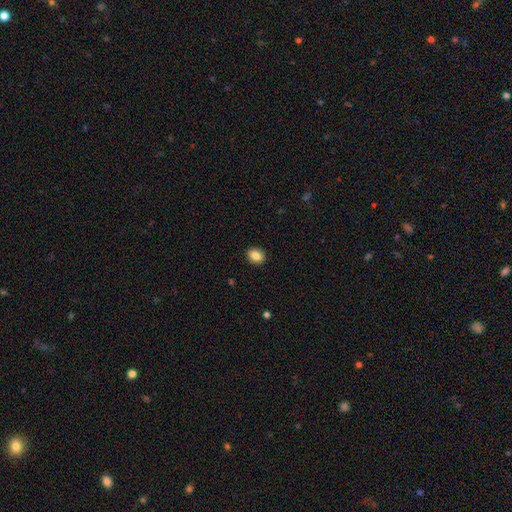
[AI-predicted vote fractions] smooth_or_featured: smooth (p=0.85) [alt: star or artifact p=0.09]
how_rounded: in between (p=0.50) [alt: round p=0.49]
merging: none (p=0.91) [alt: minor disturbance p=0.07]